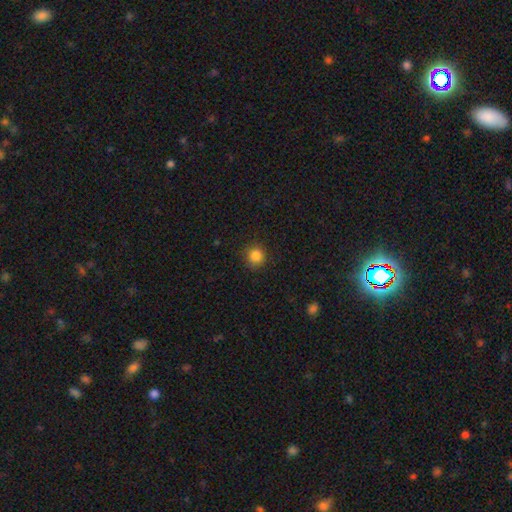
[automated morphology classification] Smooth or featured? smooth (85%)
How rounded? round (92%)
Merging? none (86%)